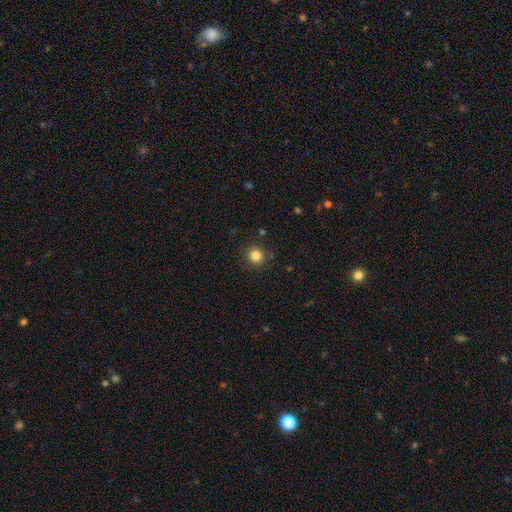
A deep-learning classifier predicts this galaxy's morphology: A smooth galaxy with no disk features (83%) that is round (92%). Merging: none (88%).